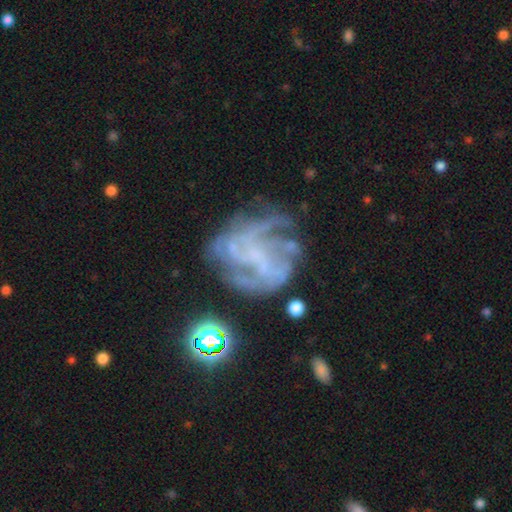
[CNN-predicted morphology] smooth_or_featured: featured or disk (p=0.76) [alt: star or artifact p=0.13]
disk_edge_on: no (p=0.98) [alt: yes p=0.02]
bar: no (p=0.61) [alt: weak p=0.29]
has_spiral_arms: yes (p=0.79) [alt: no p=0.21]
spiral_winding: medium (p=0.41) [alt: tight p=0.33]
spiral_arm_count: can't tell (p=0.36) [alt: 3 p=0.22]
bulge_size: none (p=0.65) [alt: small p=0.23]
merging: none (p=0.55) [alt: major disturbance p=0.22]